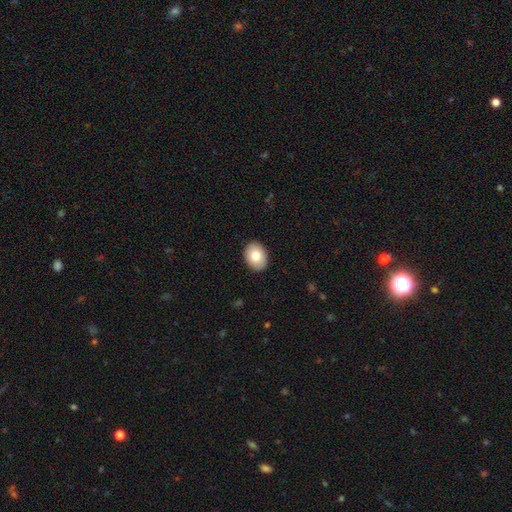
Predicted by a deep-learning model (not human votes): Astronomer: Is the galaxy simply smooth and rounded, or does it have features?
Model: smooth — 81%.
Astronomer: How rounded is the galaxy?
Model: in between — 73%.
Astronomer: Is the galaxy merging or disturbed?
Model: none — 91%.